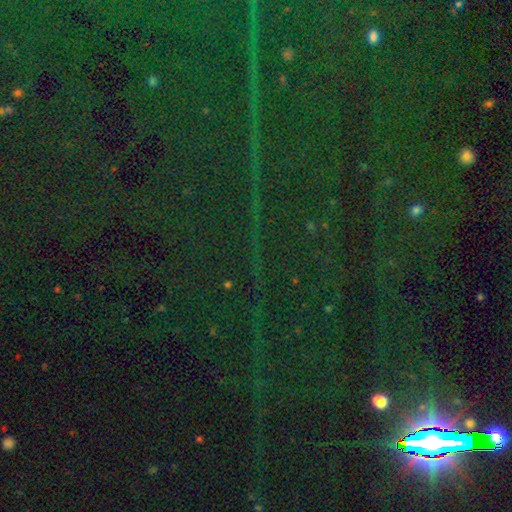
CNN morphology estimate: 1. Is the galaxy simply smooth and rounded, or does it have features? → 86% star or artifact, 7% smooth, 7% featured or disk.